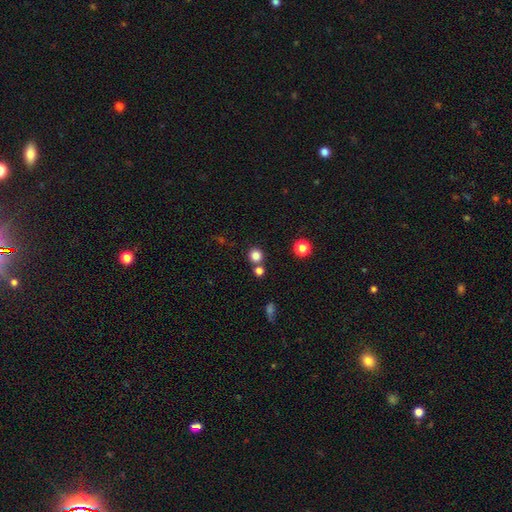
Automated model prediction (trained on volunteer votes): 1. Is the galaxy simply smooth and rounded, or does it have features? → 82% smooth, 13% star or artifact, 5% featured or disk.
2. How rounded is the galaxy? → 90% round, 9% in between, 1% cigar-shaped.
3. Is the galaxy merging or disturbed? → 74% none, 16% merger, 7% minor disturbance, 3% major disturbance.